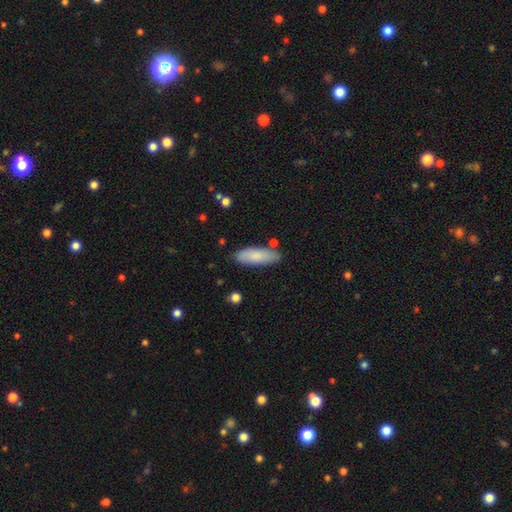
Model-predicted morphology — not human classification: The model was most divided on "how rounded": in between: 61%, cigar-shaped: 37%, round: 2%. More confident: smooth or featured — smooth (82%); merging — none (80%).